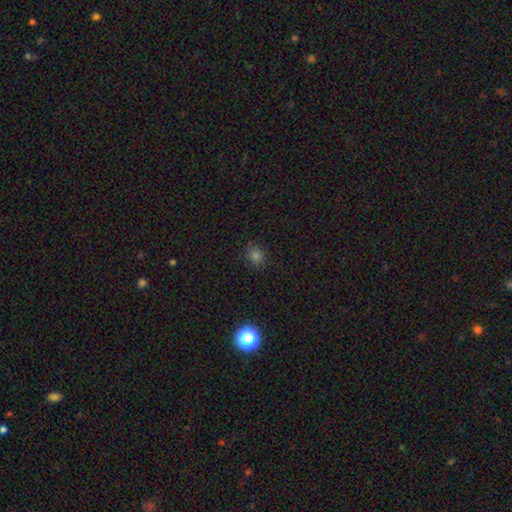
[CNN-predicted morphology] Overall: smooth (75%). How rounded: round (64%; in between 35%). Merging: none (87%).